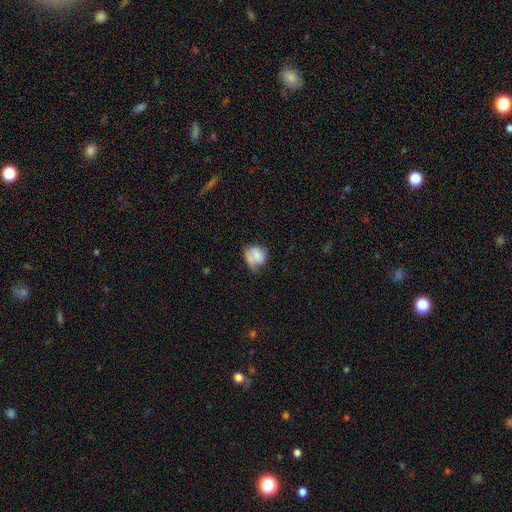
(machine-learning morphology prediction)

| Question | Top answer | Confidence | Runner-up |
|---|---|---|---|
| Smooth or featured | smooth | 61% | featured or disk (30%) |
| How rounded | round | 62% | in between (36%) |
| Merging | none | 37% | minor disturbance (32%) |